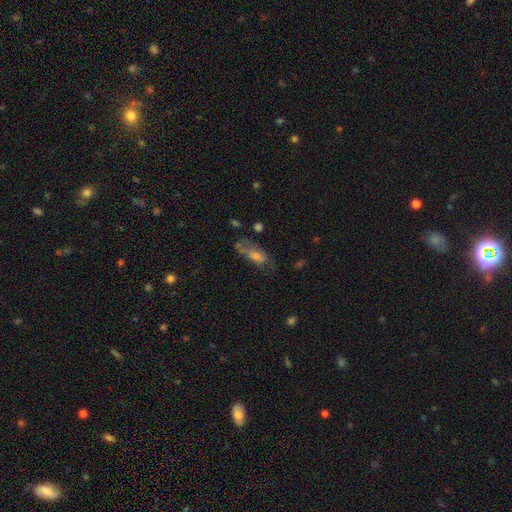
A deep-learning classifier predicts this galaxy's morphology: Smooth or featured?
  - smooth: 48% *
  - featured or disk: 37%
  - star or artifact: 16%
Merging?
  - none: 49% *
  - minor disturbance: 25%
  - major disturbance: 19%
  - merger: 6%